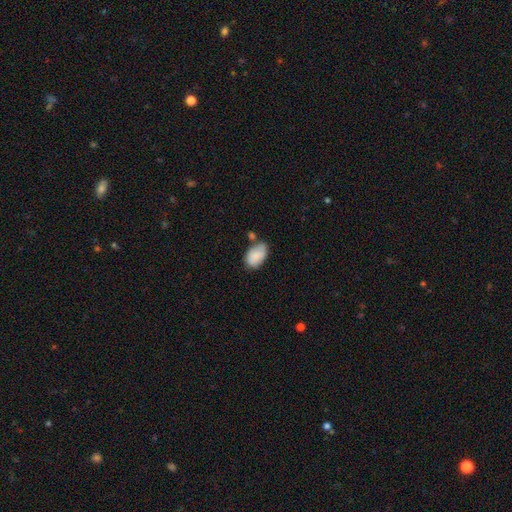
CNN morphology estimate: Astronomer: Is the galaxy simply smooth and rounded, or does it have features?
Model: smooth — 85%.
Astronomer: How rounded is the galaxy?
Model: in between — 91%.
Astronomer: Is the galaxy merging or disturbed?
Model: none — 52%.